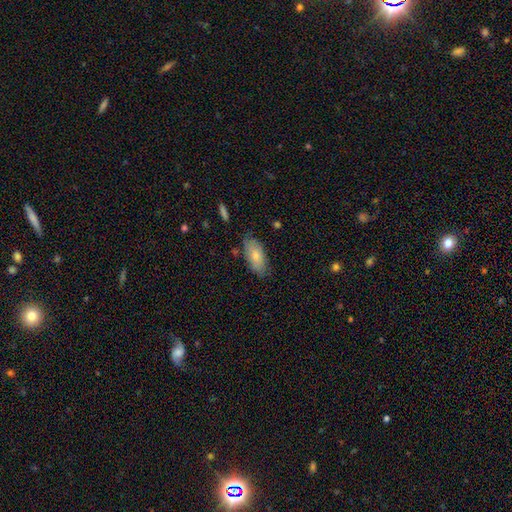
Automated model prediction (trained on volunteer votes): This appears to be a smooth galaxy with no disk features (76%) that is in between round and cigar-shaped (89%). Merging: none (73%).